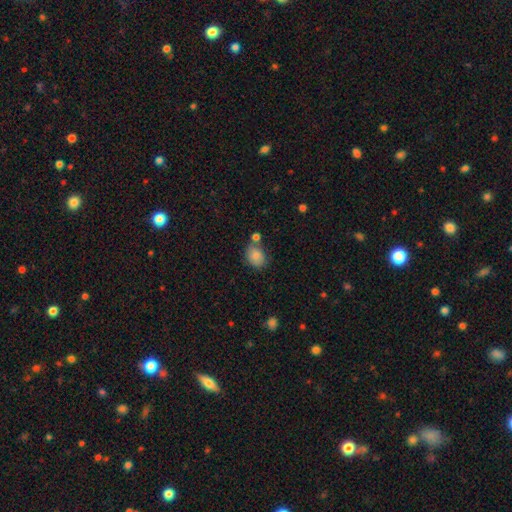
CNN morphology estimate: This is clearly a smooth galaxy (84%). How rounded: likely in between (67%). Merging: likely none (60%).